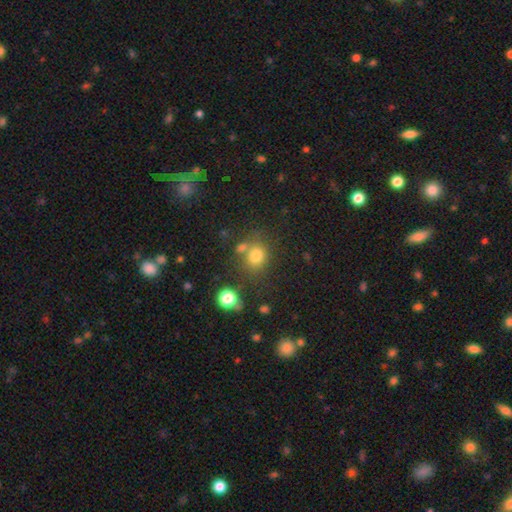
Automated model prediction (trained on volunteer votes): smooth 76%, star or artifact 16%, featured or disk 8%. Down the decision tree: how rounded — round (75%); merging — none (66%).